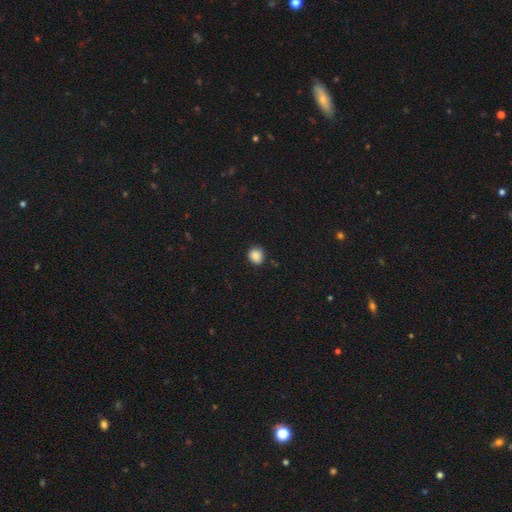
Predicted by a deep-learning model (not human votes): smooth_or_featured: smooth (p=0.87) [alt: star or artifact p=0.09]
how_rounded: round (p=0.76) [alt: in between p=0.23]
merging: none (p=0.82) [alt: minor disturbance p=0.14]